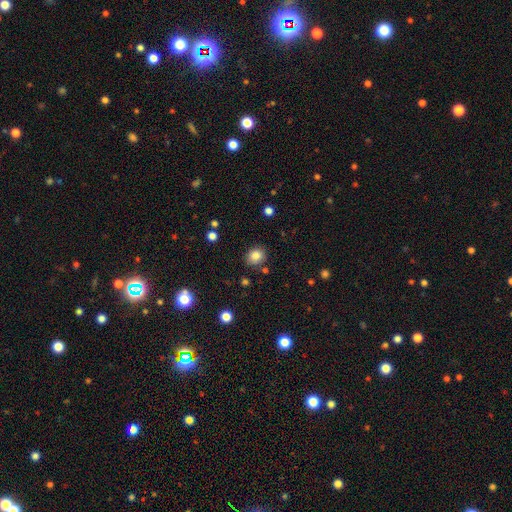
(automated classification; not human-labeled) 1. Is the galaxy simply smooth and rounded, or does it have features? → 83% smooth, 11% star or artifact, 6% featured or disk.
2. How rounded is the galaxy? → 71% round, 28% in between, 1% cigar-shaped.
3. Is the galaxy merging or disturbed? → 83% none, 11% minor disturbance, 3% merger, 3% major disturbance.